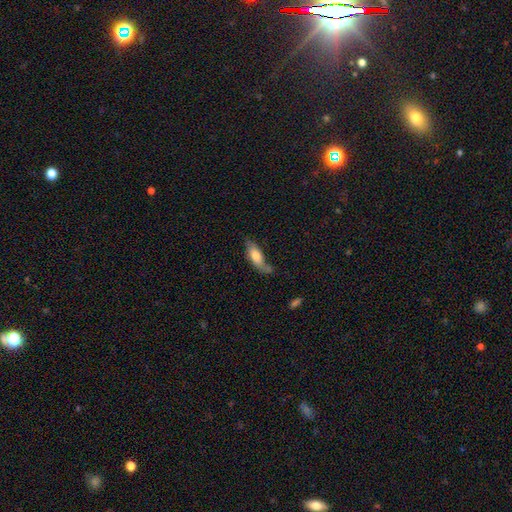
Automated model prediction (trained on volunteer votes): smooth-or-featured: smooth: 70% | featured or disk: 23% | star or artifact: 7%
  how-rounded: in between: 67% | cigar-shaped: 30% | round: 3%
  merging: none: 45% | minor disturbance: 29% | major disturbance: 13% | merger: 13%